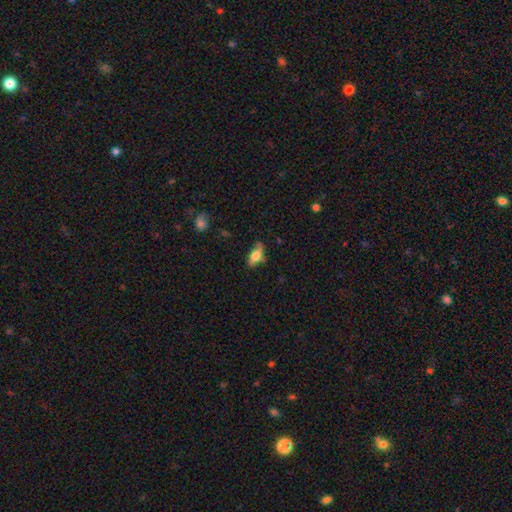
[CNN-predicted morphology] Smooth or featured? smooth (66%)
How rounded? in between (83%)
Merging? none (64%)